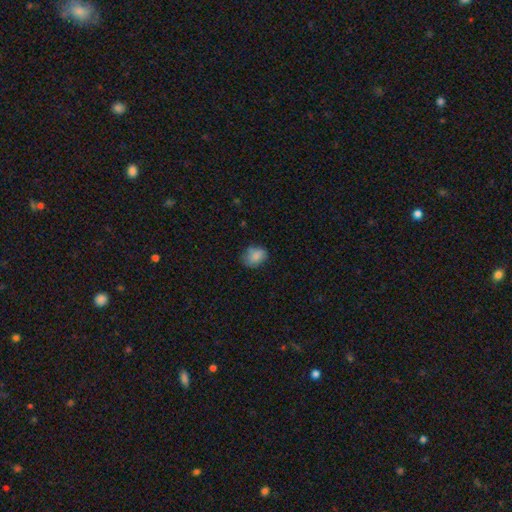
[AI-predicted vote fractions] The model was most divided on "how rounded": in between: 62%, round: 37%, cigar-shaped: 1%. More confident: smooth or featured — smooth (83%); merging — none (65%).